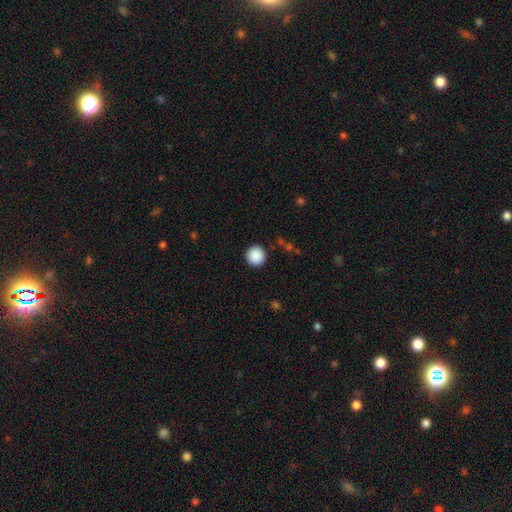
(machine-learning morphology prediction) Overall: smooth (89%). How rounded: round (95%). Merging: none (92%).